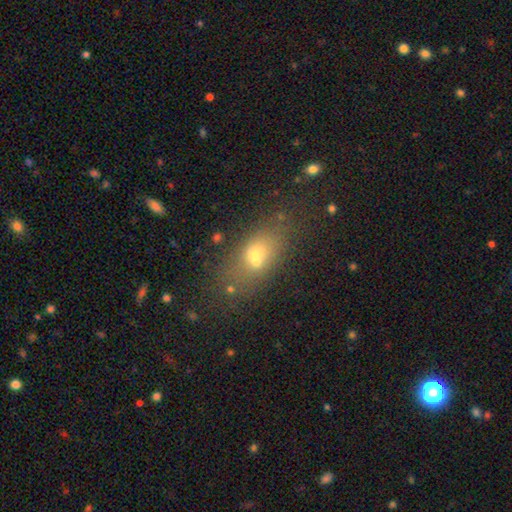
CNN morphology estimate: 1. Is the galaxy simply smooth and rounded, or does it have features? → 61% smooth, 22% featured or disk, 17% star or artifact.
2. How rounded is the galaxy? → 77% in between, 13% round, 10% cigar-shaped.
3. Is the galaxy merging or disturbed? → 51% none, 25% merger, 15% minor disturbance, 9% major disturbance.